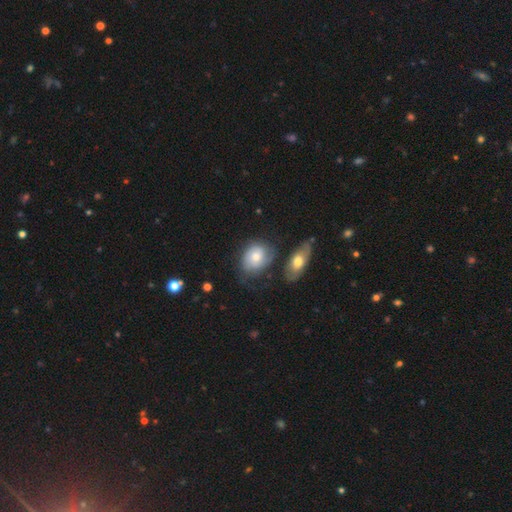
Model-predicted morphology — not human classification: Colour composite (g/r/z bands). It shows a smooth galaxy with no disk features (53%) that is in between round and cigar-shaped (60%). Merging: none (54%).